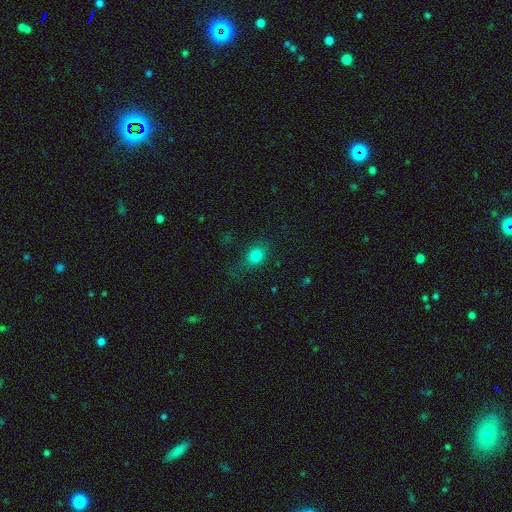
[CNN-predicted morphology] The model was most divided on "how rounded": in between: 50%, round: 48%, cigar-shaped: 3%. More confident: smooth or featured — smooth (77%); merging — none (66%).